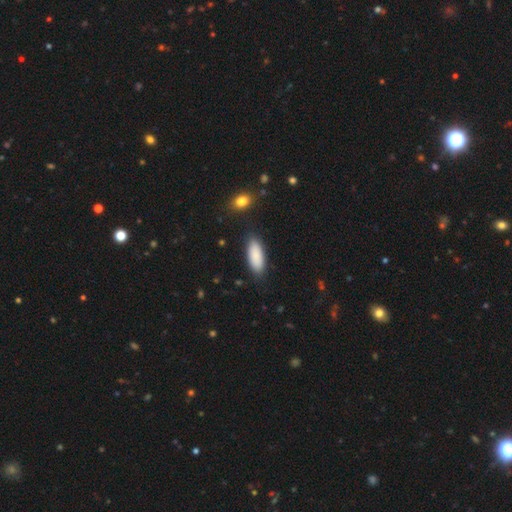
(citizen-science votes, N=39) Smooth or featured?
  - smooth: 90% *
  - featured or disk: 5%
  - star or artifact: 5%
How rounded?
  - in between: 66% *
  - cigar-shaped: 31%
  - round: 3%
Merging?
  - none: 76% *
  - minor disturbance: 24%
  - major disturbance: 0%
  - merger: 0%